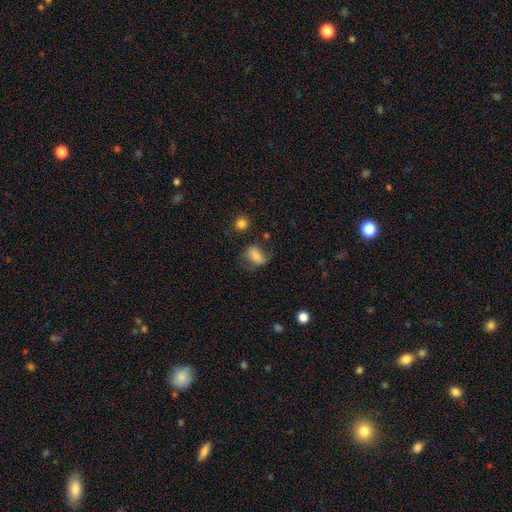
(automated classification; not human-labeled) This is likely a smooth galaxy (71%). How rounded: likely in between (79%). Merging: possibly none (46%).